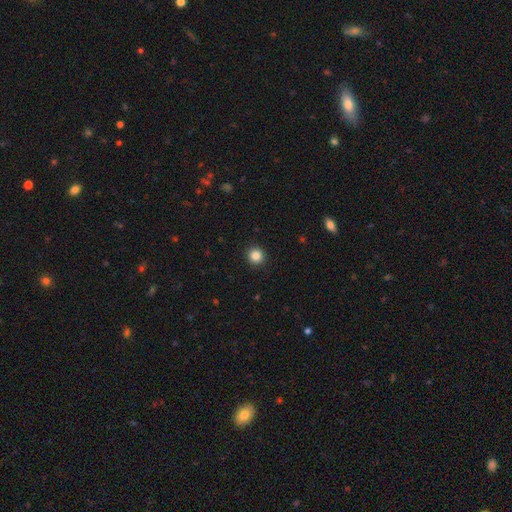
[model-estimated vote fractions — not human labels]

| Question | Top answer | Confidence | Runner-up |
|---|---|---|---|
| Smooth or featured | smooth | 85% | star or artifact (11%) |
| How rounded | round | 94% | in between (5%) |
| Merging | none | 93% | minor disturbance (5%) |